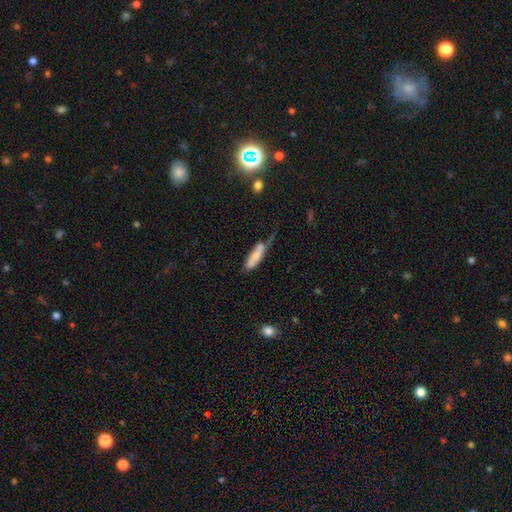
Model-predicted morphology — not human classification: Overall: smooth (71%). How rounded: cigar-shaped (53%; in between 45%). Merging: minor disturbance (33%; none 31%).